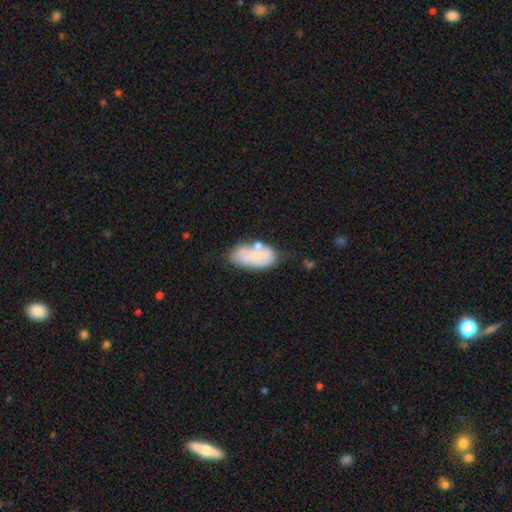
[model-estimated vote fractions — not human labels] Smooth or featured?
  - smooth: 64% *
  - featured or disk: 29%
  - star or artifact: 8%
How rounded?
  - in between: 92% *
  - cigar-shaped: 4%
  - round: 4%
Merging?
  - none: 48% *
  - minor disturbance: 26%
  - merger: 16%
  - major disturbance: 10%